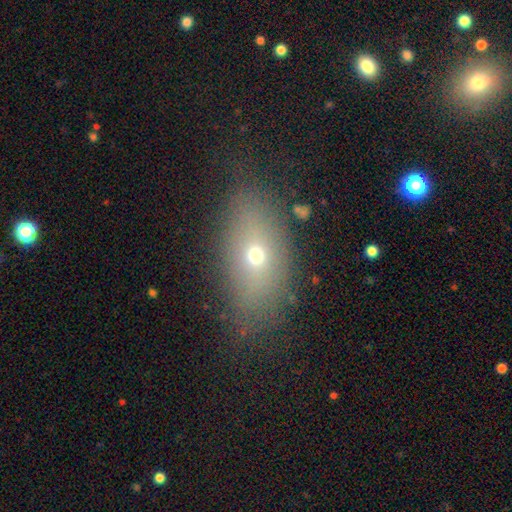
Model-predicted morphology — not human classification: smooth_or_featured: smooth (p=0.60) [alt: featured or disk p=0.25]
how_rounded: in between (p=0.80) [alt: round p=0.12]
merging: none (p=0.77) [alt: minor disturbance p=0.14]